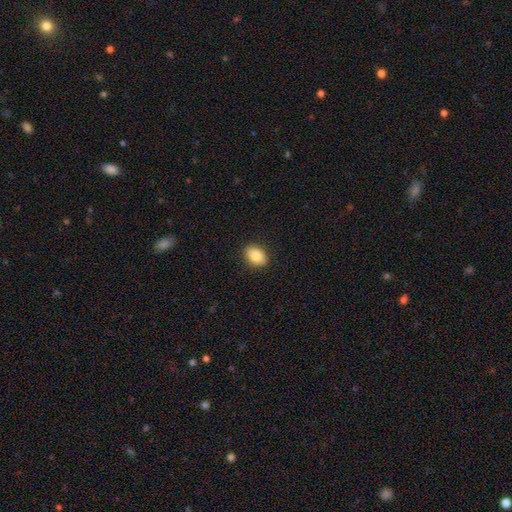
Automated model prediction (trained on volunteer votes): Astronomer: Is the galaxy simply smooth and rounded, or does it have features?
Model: smooth — 83%.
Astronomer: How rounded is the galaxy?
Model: in between — 80%.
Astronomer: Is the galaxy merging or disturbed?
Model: none — 88%.